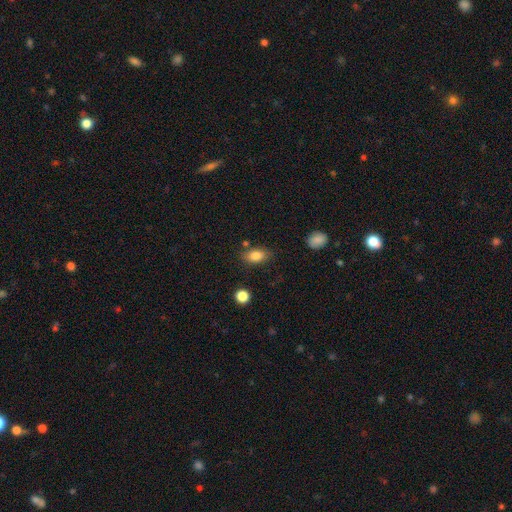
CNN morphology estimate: This appears to be a smooth galaxy with no disk features (83%) that is in between round and cigar-shaped (87%). Merging: none (77%).